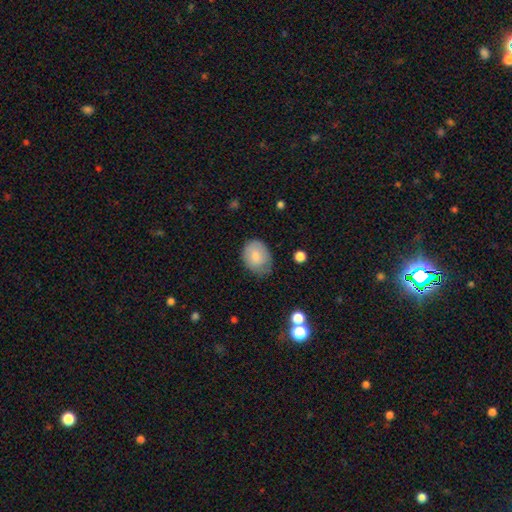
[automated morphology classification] Smooth or featured? smooth (81%)
How rounded? in between (69%)
Merging? none (60%)